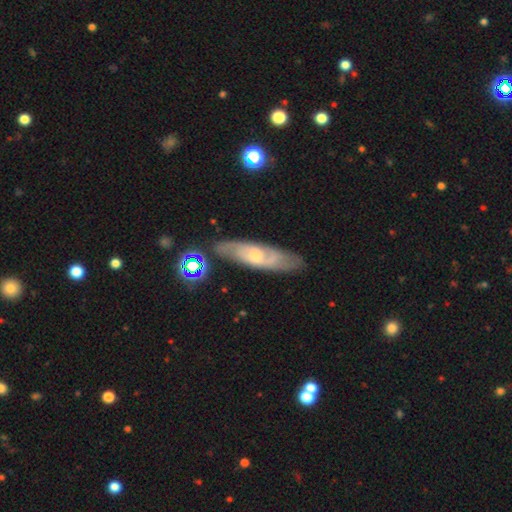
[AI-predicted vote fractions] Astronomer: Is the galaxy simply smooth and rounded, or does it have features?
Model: featured or disk — 69%.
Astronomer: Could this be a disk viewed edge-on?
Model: no — 77%.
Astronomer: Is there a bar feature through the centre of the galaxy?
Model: no — 55% (runner-up: weak, 38%).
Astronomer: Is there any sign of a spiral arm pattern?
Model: yes — 86%.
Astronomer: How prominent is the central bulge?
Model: small — 48% (runner-up: moderate, 43%).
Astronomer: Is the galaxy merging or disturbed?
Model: none — 78%.